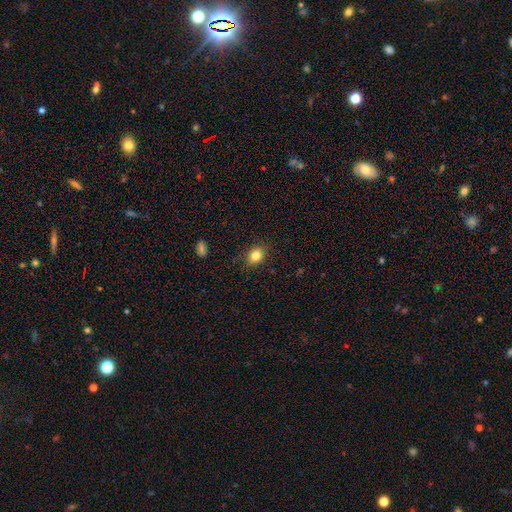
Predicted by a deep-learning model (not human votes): smooth 81%, star or artifact 11%, featured or disk 8%. Down the decision tree: how rounded — in between (59%); merging — none (85%).